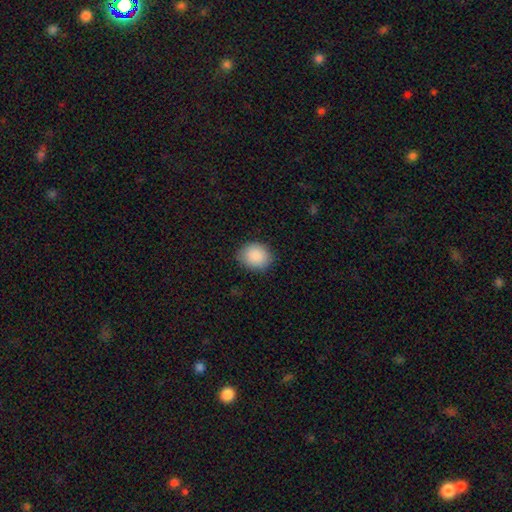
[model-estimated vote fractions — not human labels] Morphology: type=smooth (89%); roundness=round (67%); merging=none (85%).